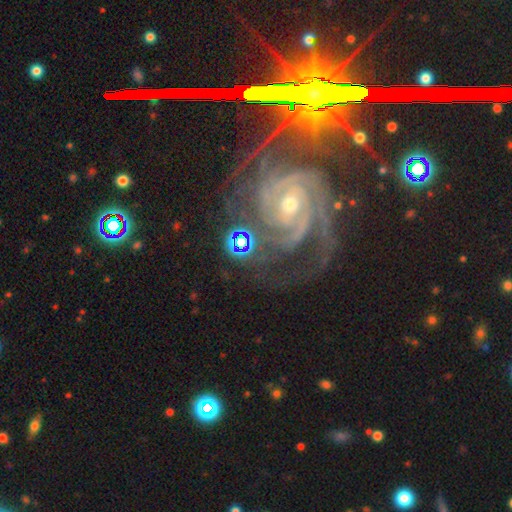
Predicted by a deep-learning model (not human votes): This appears to be a featured or disk galaxy (85%) with no bar (47%), 3 (32%) tight (65%) spiral arms (98%) and a small central bulge (64%). Merging: none (64%).